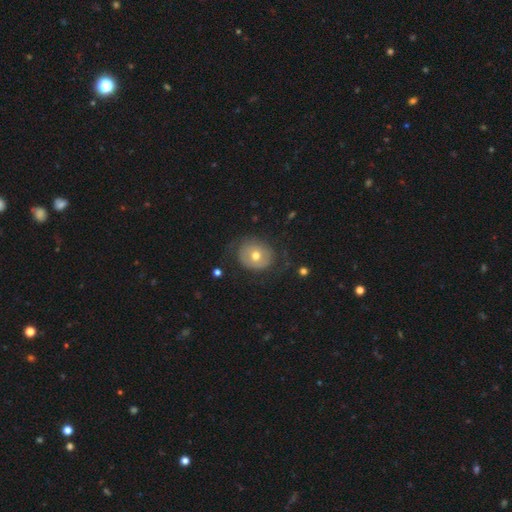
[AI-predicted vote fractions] This is possibly a smooth galaxy (53%). How rounded: likely round (69%). Merging: likely none (65%).